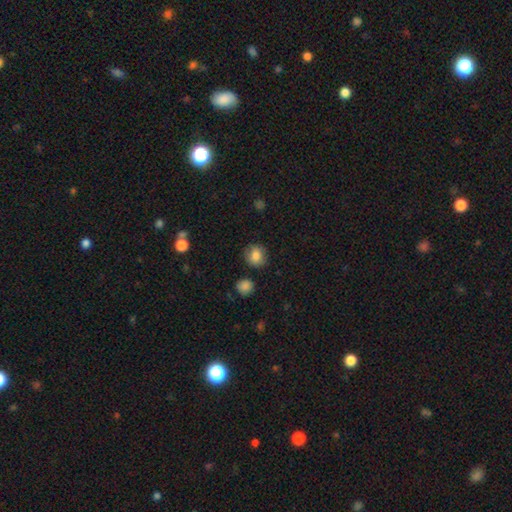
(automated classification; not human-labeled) Overall: smooth (83%). How rounded: round (81%). Merging: none (82%).